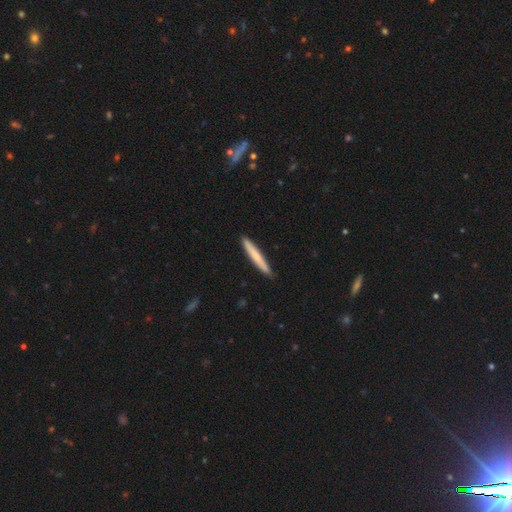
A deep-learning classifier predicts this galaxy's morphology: Smooth or featured: smooth — 68% (featured or disk — 27%)
How rounded: cigar-shaped — 96% (in between — 3%)
Merging: none — 91% (minor disturbance — 6%)